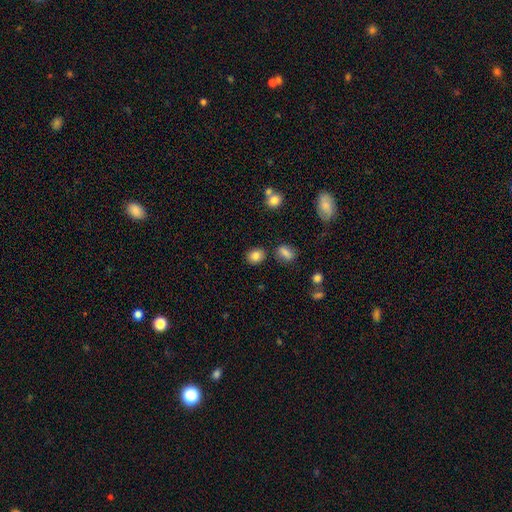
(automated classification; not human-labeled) Smooth or featured? Predicted: smooth (p=0.84). How rounded? Predicted: round (p=0.59). Merging? Predicted: none (p=0.83).